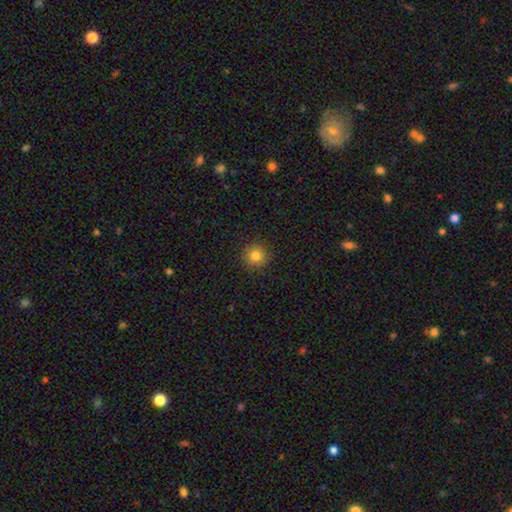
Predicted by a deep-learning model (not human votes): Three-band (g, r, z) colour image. It shows a smooth galaxy with no disk features (82%) that is round (94%). Merging: none (91%).